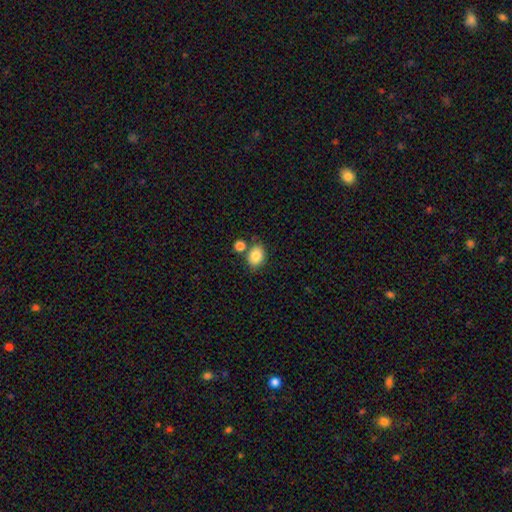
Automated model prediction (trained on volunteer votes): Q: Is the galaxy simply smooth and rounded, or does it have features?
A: smooth — 84%.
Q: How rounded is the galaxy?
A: in between — 61%.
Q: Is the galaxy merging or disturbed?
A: none — 69%.